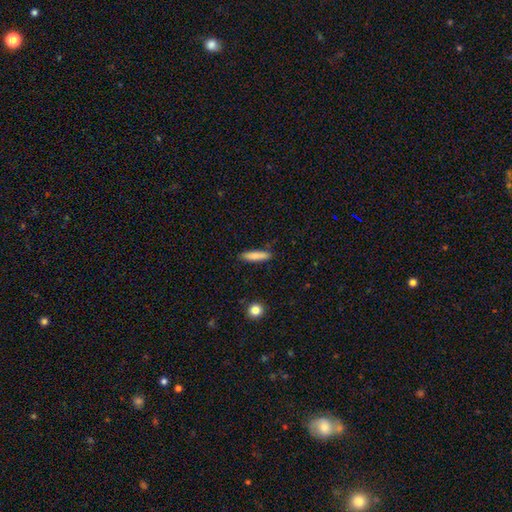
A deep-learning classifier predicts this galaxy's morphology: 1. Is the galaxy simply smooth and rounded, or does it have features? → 84% smooth, 9% featured or disk, 7% star or artifact.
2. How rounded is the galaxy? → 81% cigar-shaped, 17% in between, 2% round.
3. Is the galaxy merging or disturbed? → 87% none, 9% minor disturbance, 2% major disturbance, 2% merger.